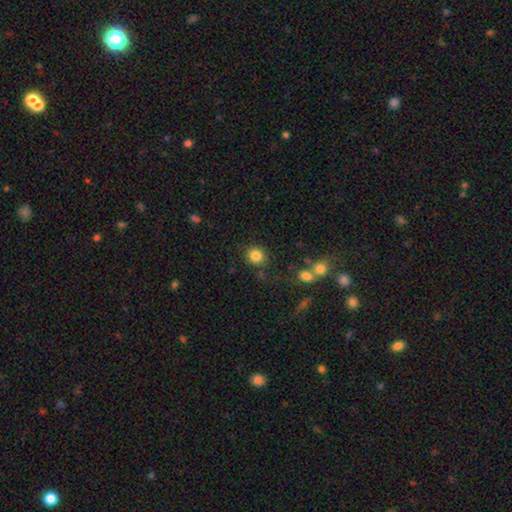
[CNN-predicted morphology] Smooth or featured? Predicted: smooth (p=0.84). How rounded? Predicted: round (p=0.84). Merging? Predicted: none (p=0.82).